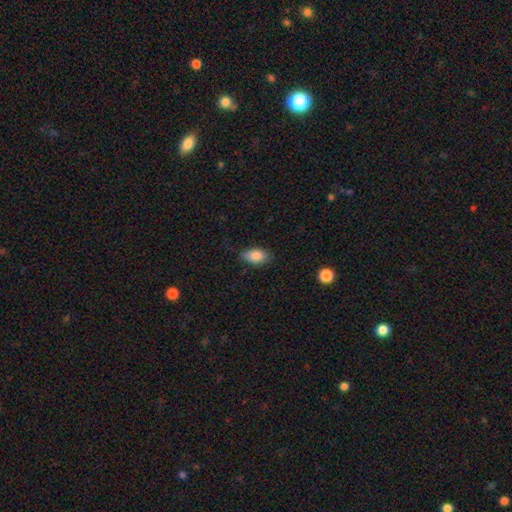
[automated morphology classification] Smooth or featured? Predicted: smooth (p=0.85). How rounded? Predicted: in between (p=0.90). Merging? Predicted: none (p=0.76).